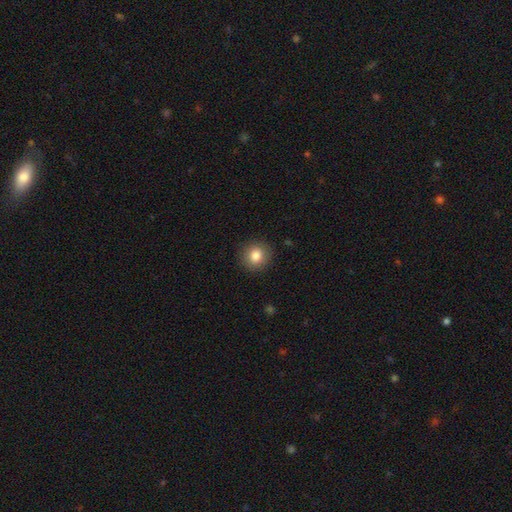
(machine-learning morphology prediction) A smooth galaxy with no disk features (84%) that is round (90%). Merging: none (90%).